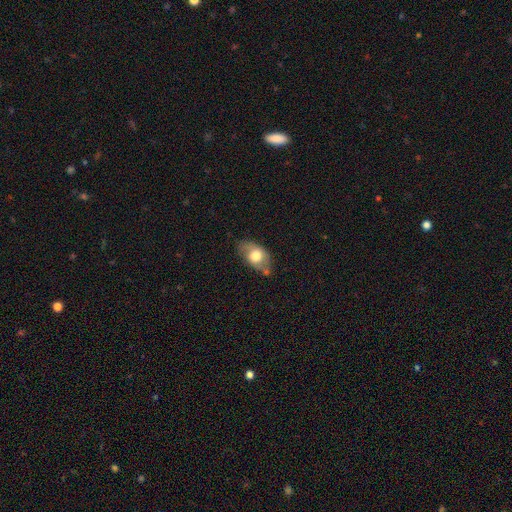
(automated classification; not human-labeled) Smooth or featured: smooth — 65% (featured or disk — 28%)
How rounded: in between — 88% (round — 10%)
Merging: none — 60% (minor disturbance — 27%)